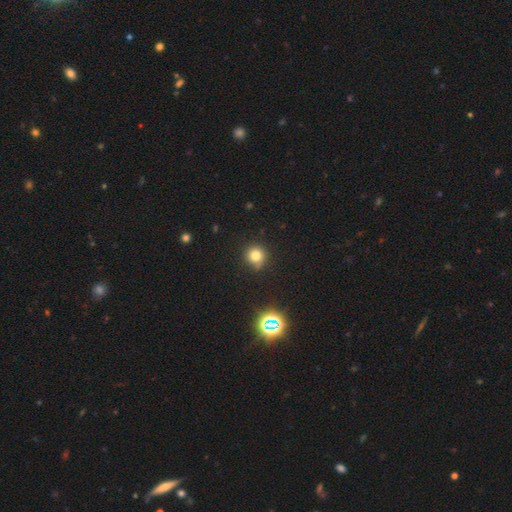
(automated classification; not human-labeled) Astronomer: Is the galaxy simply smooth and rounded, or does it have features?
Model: smooth — 76%.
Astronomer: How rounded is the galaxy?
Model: round — 92%.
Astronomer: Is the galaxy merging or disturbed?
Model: none — 82%.